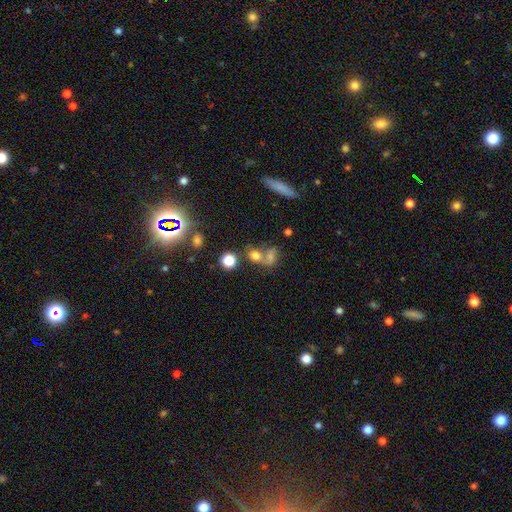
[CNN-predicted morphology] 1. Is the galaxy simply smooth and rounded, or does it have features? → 66% smooth, 18% star or artifact, 17% featured or disk.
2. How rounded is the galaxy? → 56% round, 40% in between, 4% cigar-shaped.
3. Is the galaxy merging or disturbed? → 52% merger, 32% none, 9% minor disturbance, 7% major disturbance.